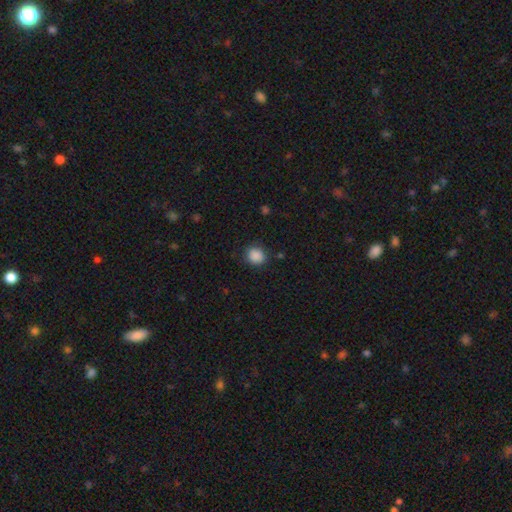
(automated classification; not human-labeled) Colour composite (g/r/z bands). It shows a smooth galaxy with no disk features (88%) that is round (80%). Merging: none (85%).